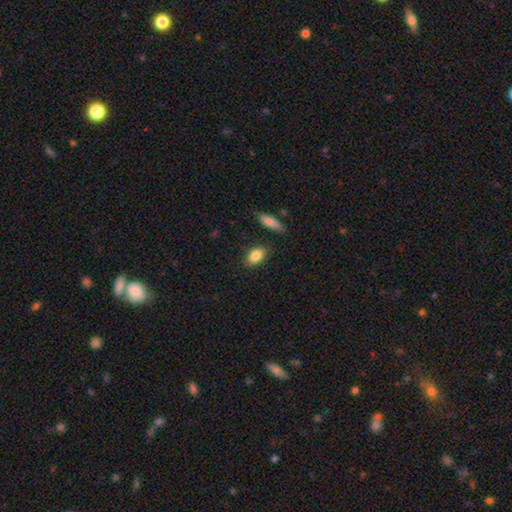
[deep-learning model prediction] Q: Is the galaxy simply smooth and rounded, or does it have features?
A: smooth — 85%.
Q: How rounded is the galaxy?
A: in between — 86%.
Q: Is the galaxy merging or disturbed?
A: none — 82%.